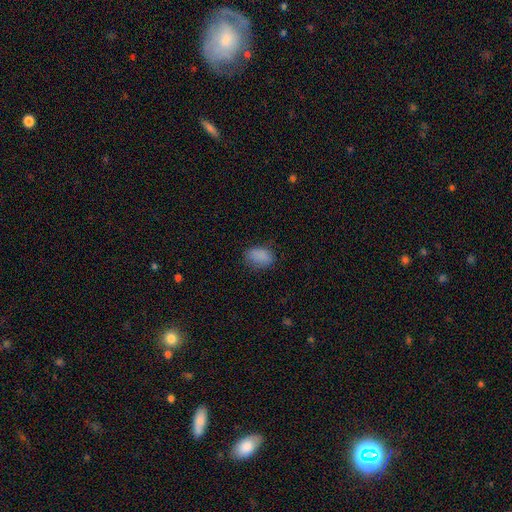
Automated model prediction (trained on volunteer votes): This is clearly a smooth galaxy (84%). How rounded: likely in between (78%). Merging: likely none (76%).